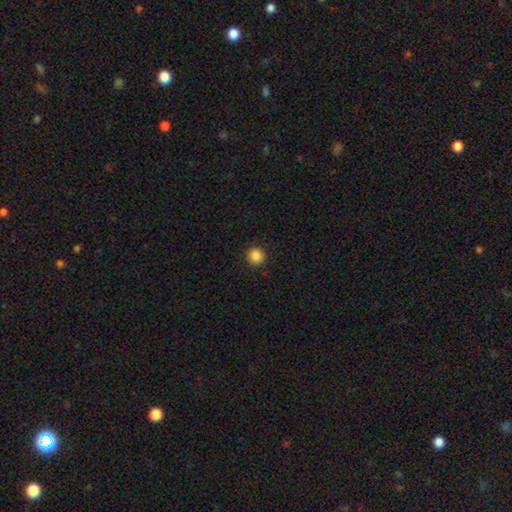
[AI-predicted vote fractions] Smooth or featured? smooth (87%)
How rounded? round (93%)
Merging? none (92%)